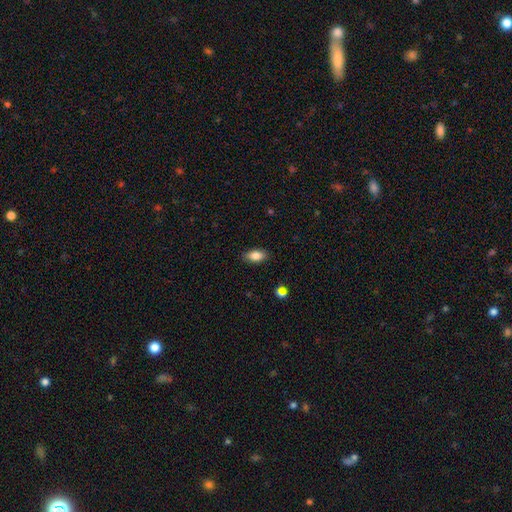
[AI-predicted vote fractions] smooth_or_featured: smooth (p=0.84) [alt: featured or disk p=0.08]
how_rounded: in between (p=0.88) [alt: cigar-shaped p=0.06]
merging: none (p=0.87) [alt: minor disturbance p=0.10]